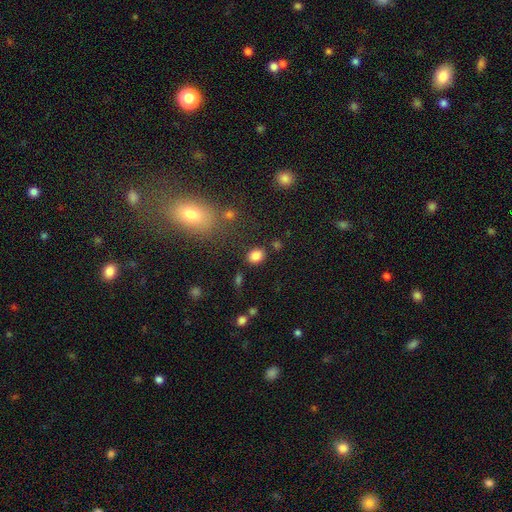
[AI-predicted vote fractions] smooth_or_featured: smooth (p=0.84) [alt: star or artifact p=0.11]
how_rounded: in between (p=0.56) [alt: round p=0.43]
merging: none (p=0.81) [alt: minor disturbance p=0.11]